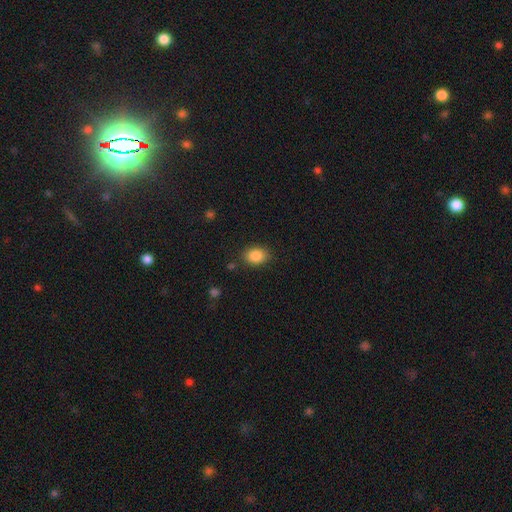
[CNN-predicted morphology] This is clearly a smooth galaxy (85%). How rounded: likely in between (71%). Merging: clearly none (84%).